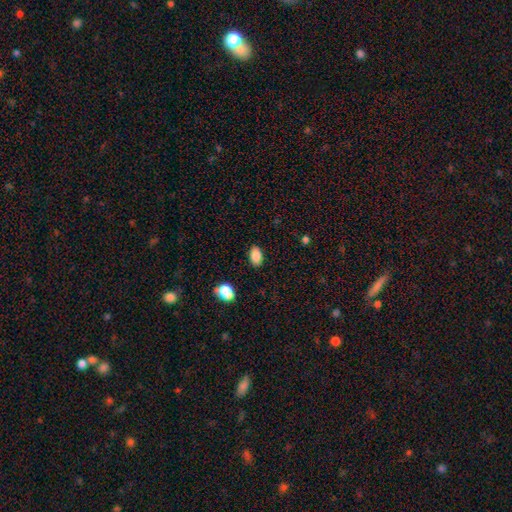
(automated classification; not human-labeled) Q: Smooth or featured?
A: smooth (86%); runner-up: star or artifact (9%)
Q: How rounded?
A: in between (89%); runner-up: round (10%)
Q: Merging?
A: none (86%); runner-up: minor disturbance (10%)